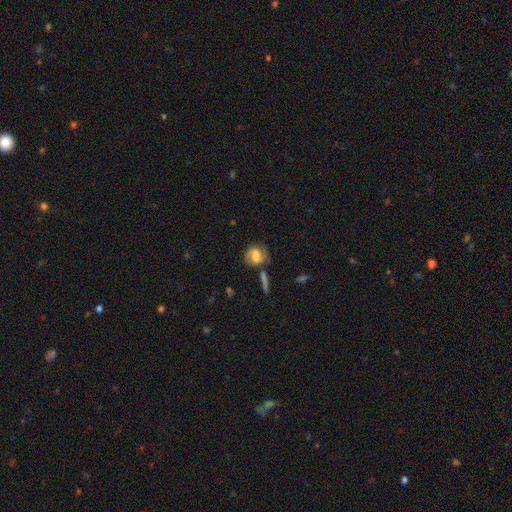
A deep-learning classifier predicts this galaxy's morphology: Smooth or featured: featured or disk — 59% (smooth — 33%)
Edge-on disk: no — 95% (yes — 5%)
Bar: weak — 44% (strong — 28%)
Spiral arms: yes — 84% (no — 16%)
Bulge size: moderate — 41% (large — 30%)
Merging: none — 63% (minor disturbance — 18%)